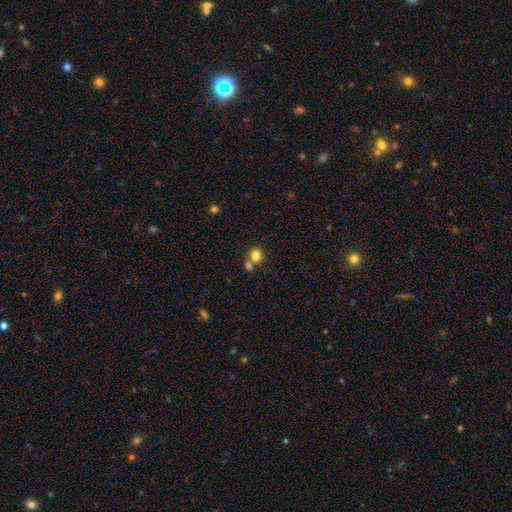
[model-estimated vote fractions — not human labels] The model was most divided on "merging": none: 52%, merger: 35%, minor disturbance: 9%, major disturbance: 4%. More confident: smooth or featured — smooth (81%); how rounded — round (68%).